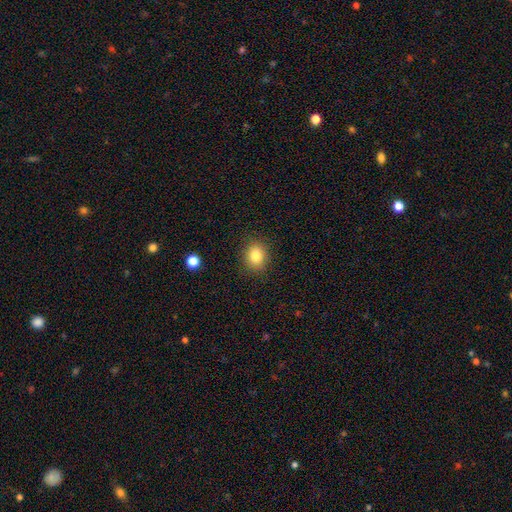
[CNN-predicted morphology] smooth 82%, star or artifact 11%, featured or disk 7%. Down the decision tree: how rounded — round (64%); merging — none (88%).